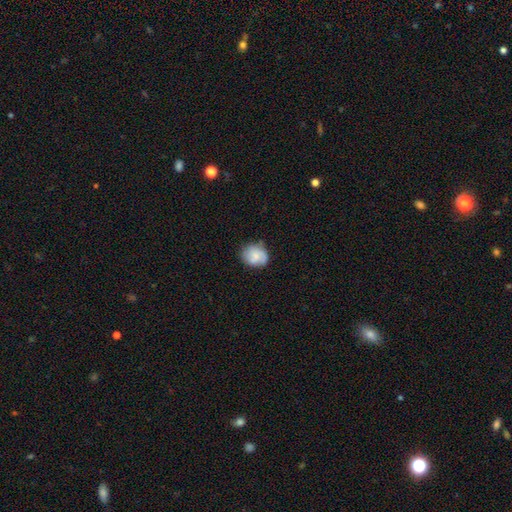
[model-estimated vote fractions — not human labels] A smooth galaxy with no disk features (67%) that is round (63%).

Vote fractions:
- Smooth or featured? smooth: 67% / featured or disk: 25% / star or artifact: 8%
- How rounded? round: 63% / in between: 36% / cigar-shaped: 1%
- Merging? none: 70% / minor disturbance: 23% / major disturbance: 6% / merger: 2%